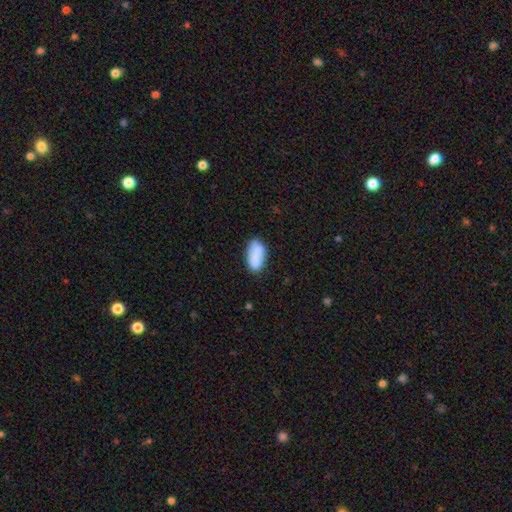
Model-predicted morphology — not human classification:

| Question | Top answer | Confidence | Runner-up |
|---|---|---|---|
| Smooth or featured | smooth | 83% | featured or disk (9%) |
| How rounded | in between | 93% | cigar-shaped (4%) |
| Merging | none | 65% | minor disturbance (23%) |